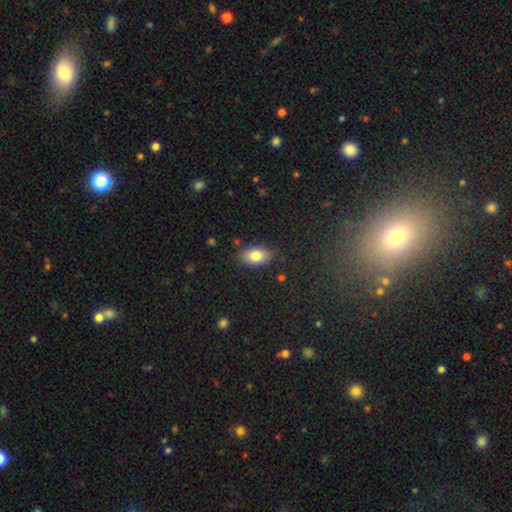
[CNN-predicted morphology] Q: Smooth or featured?
A: smooth (82%); runner-up: featured or disk (10%)
Q: How rounded?
A: in between (90%); runner-up: round (7%)
Q: Merging?
A: none (83%); runner-up: minor disturbance (12%)